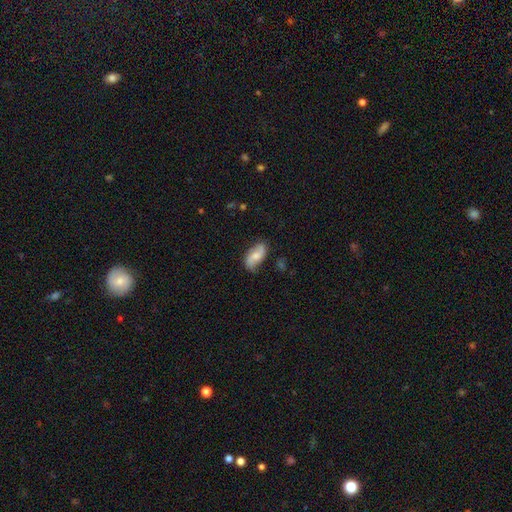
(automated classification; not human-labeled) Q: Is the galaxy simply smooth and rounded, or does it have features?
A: featured or disk — 58%.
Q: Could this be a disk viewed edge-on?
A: no — 94%.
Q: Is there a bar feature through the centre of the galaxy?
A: no — 54%.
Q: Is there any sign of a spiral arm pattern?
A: yes — 90%.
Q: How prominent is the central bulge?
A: moderate — 52%.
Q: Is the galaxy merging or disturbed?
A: none — 74%.